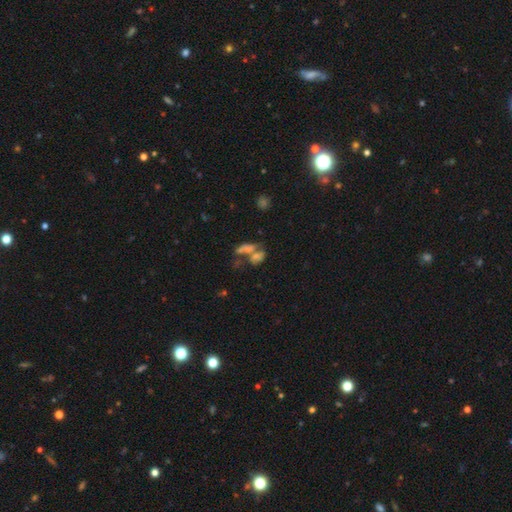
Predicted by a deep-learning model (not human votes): A smooth galaxy with no disk features (45%).

Vote fractions:
- Smooth or featured? smooth: 45% / featured or disk: 31% / star or artifact: 24%
- Merging? merger: 55% / none: 24% / major disturbance: 11% / minor disturbance: 9%